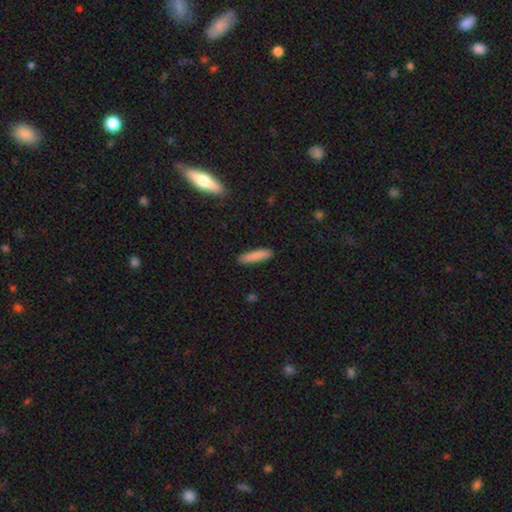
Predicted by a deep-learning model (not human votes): This appears to be a smooth galaxy with no disk features (86%) that is cigar-shaped (86%). Merging: none (89%).